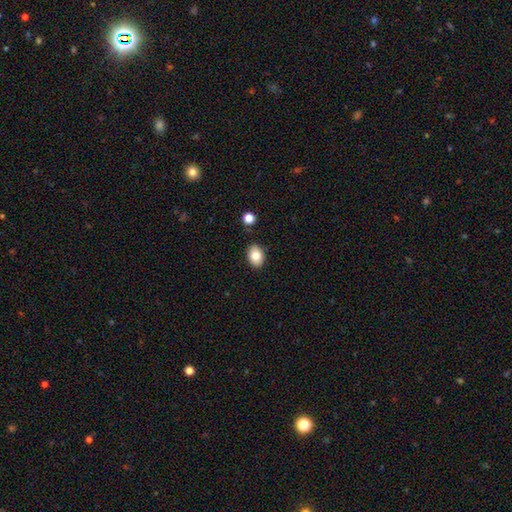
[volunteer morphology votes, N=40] This is clearly a smooth galaxy (82%). How rounded: likely in between (79%). Merging: clearly none (89%).